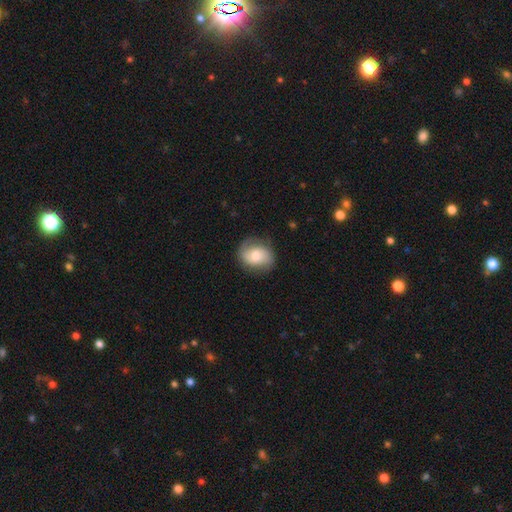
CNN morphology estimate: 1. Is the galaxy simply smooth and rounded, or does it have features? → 55% smooth, 38% featured or disk, 7% star or artifact.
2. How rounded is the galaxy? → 51% round, 48% in between, 1% cigar-shaped.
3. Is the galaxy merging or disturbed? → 75% none, 18% minor disturbance, 6% major disturbance, 1% merger.